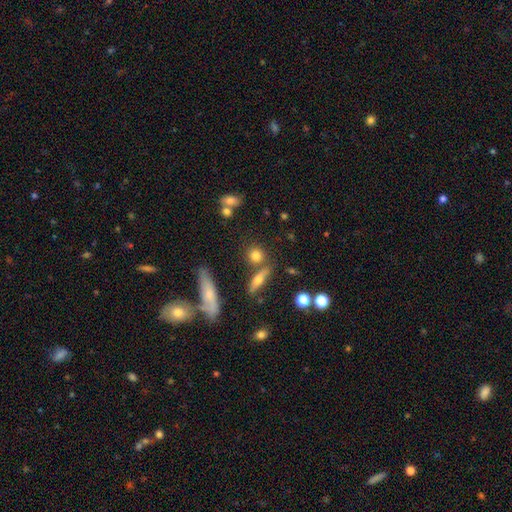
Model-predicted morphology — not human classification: Smooth or featured?
  - smooth: 76% *
  - featured or disk: 12%
  - star or artifact: 12%
How rounded?
  - round: 74% *
  - in between: 18%
  - cigar-shaped: 9%
Merging?
  - none: 69% *
  - merger: 17%
  - minor disturbance: 10%
  - major disturbance: 4%